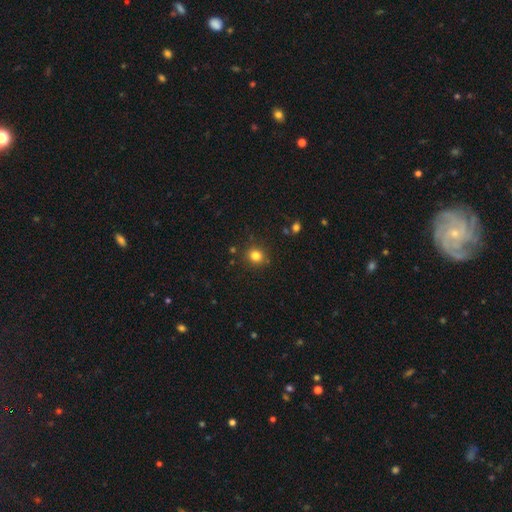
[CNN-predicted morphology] Smooth or featured? smooth (81%)
How rounded? round (85%)
Merging? none (87%)